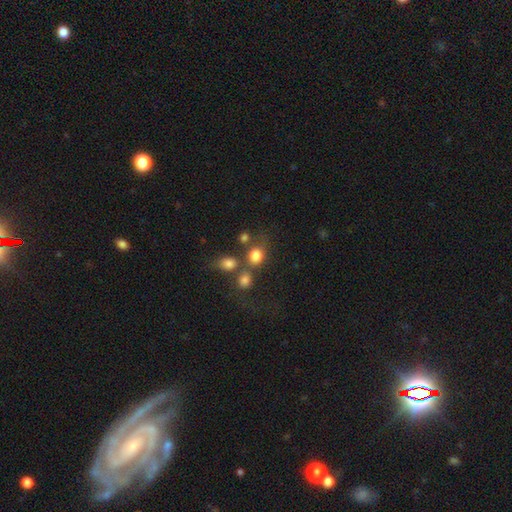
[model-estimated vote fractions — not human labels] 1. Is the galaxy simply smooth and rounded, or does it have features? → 79% smooth, 12% star or artifact, 8% featured or disk.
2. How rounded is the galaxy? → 57% round, 42% in between, 1% cigar-shaped.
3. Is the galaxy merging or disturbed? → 49% none, 30% merger, 13% minor disturbance, 8% major disturbance.